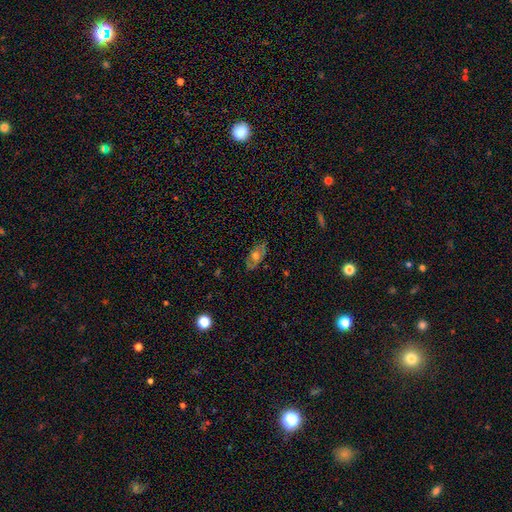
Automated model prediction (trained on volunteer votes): This appears to be a featured or disk galaxy (50%). Merging: none (79%).